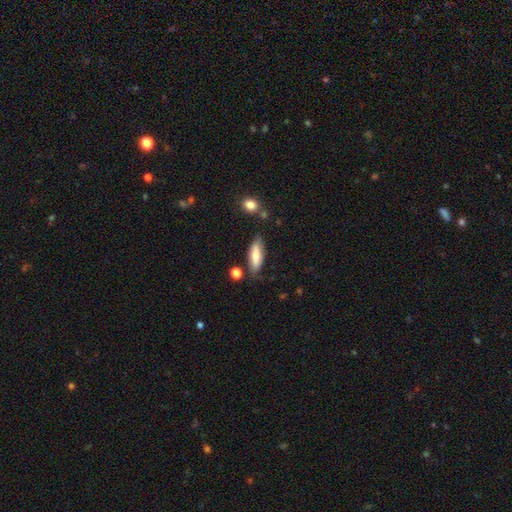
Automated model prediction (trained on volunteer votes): A smooth galaxy with no disk features (66%) that is in between round and cigar-shaped (58%). Merging: none (72%).